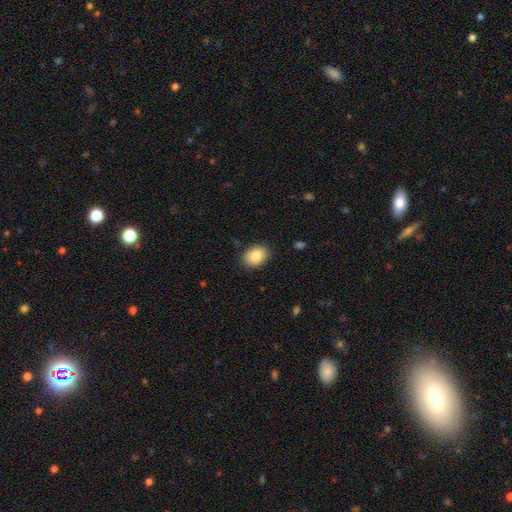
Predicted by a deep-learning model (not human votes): Overall: smooth (84%). How rounded: in between (69%; round 30%). Merging: none (85%).